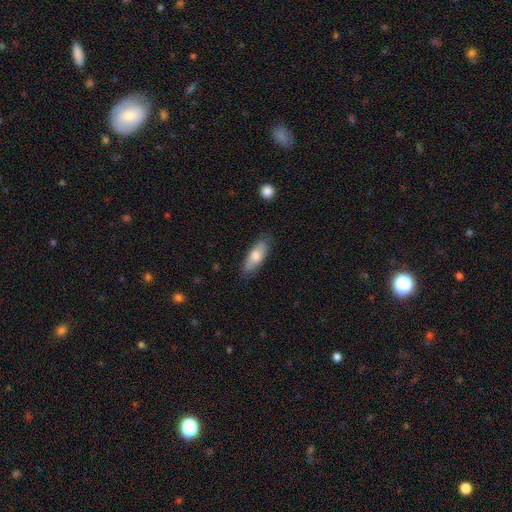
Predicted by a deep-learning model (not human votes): This appears to be a smooth galaxy with no disk features (74%) that is in between round and cigar-shaped (67%). Merging: none (80%).